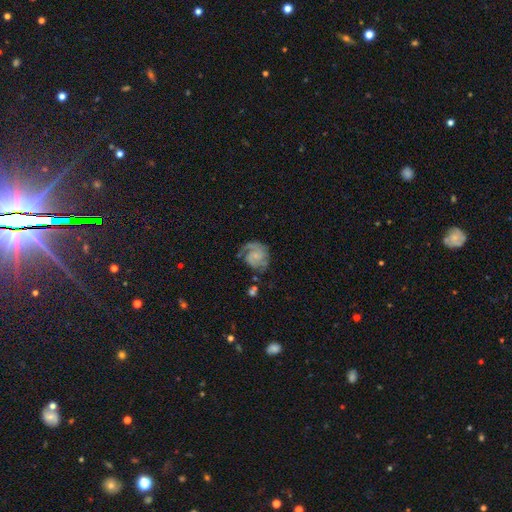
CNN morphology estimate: This is clearly a featured or disk galaxy (86%). It is clearly not viewed edge-on (98%). Bar: likely no (66%). Spiral arm pattern: clearly yes (97%). Spiral arm count: likely 2 (68%). Spiral winding: possibly tight (51%). Central bulge: likely small (64%). Merging: likely none (67%).